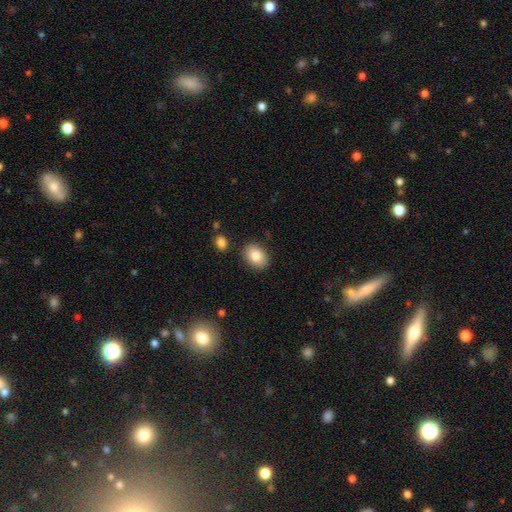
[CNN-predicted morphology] smooth-or-featured: smooth: 84% | featured or disk: 8% | star or artifact: 8%
  how-rounded: in between: 74% | round: 25% | cigar-shaped: 1%
  merging: none: 86% | minor disturbance: 9% | merger: 2% | major disturbance: 2%